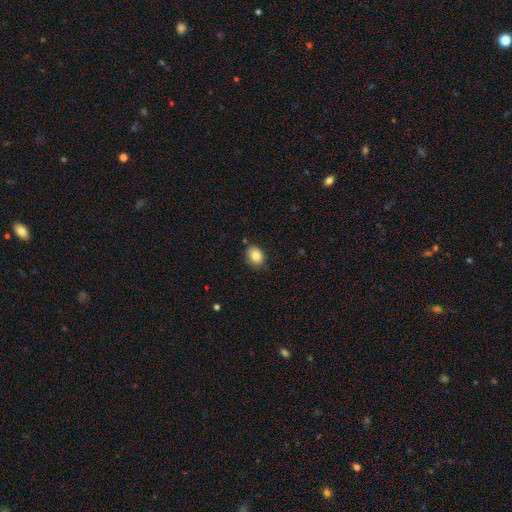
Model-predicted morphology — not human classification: A smooth galaxy with no disk features (85%) that is in between round and cigar-shaped (61%).

Vote fractions:
- Smooth or featured? smooth: 85% / star or artifact: 9% / featured or disk: 7%
- How rounded? in between: 61% / round: 38% / cigar-shaped: 1%
- Merging? none: 83% / minor disturbance: 13% / major disturbance: 2% / merger: 2%